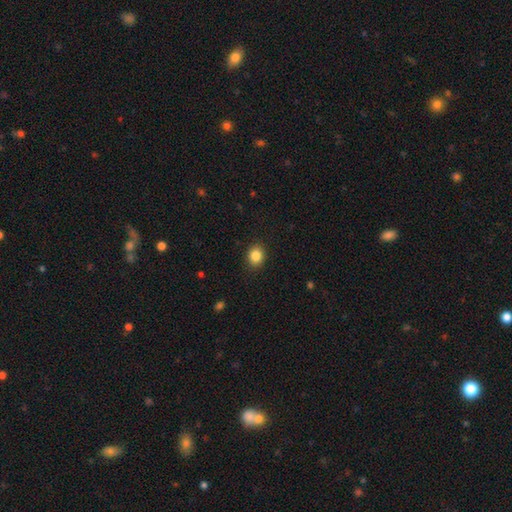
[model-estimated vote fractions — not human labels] Smooth or featured?
  - smooth: 85% *
  - star or artifact: 10%
  - featured or disk: 5%
How rounded?
  - round: 65% *
  - in between: 34%
  - cigar-shaped: 1%
Merging?
  - none: 89% *
  - minor disturbance: 7%
  - major disturbance: 2%
  - merger: 1%